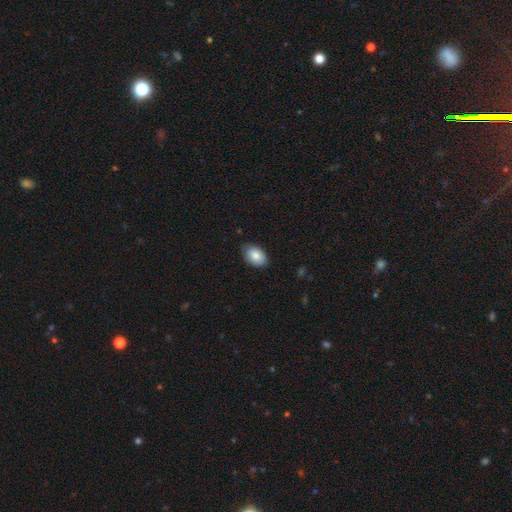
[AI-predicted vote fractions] The model was most divided on "merging": none: 80%, minor disturbance: 17%, major disturbance: 2%, merger: 1%. More confident: how rounded — in between (88%); smooth or featured — smooth (85%).